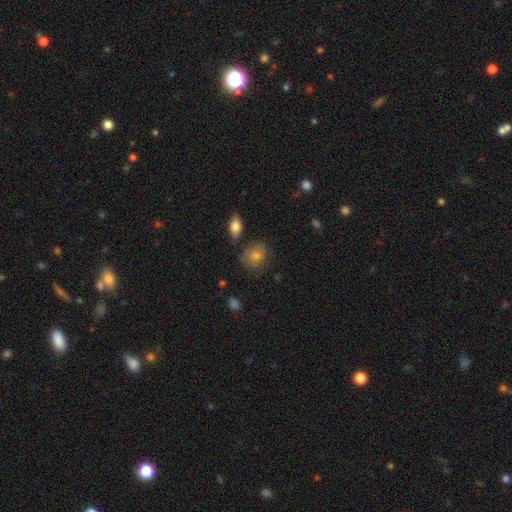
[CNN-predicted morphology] Smooth or featured? Predicted: smooth (p=0.72). How rounded? Predicted: round (p=0.62). Merging? Predicted: none (p=0.74).